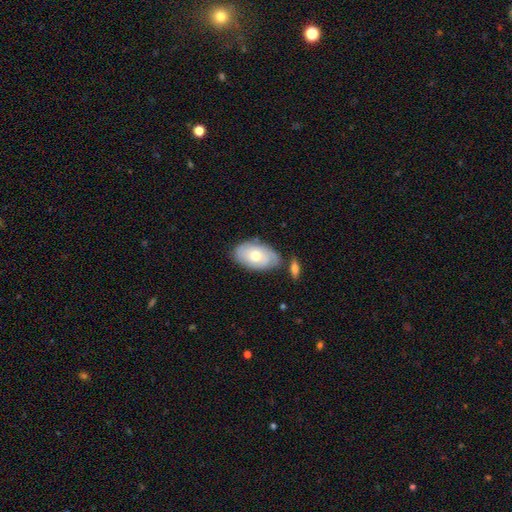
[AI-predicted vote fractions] A smooth galaxy with no disk features (53%) that is in between round and cigar-shaped (91%).

Vote fractions:
- Smooth or featured? smooth: 53% / featured or disk: 41% / star or artifact: 6%
- How rounded? in between: 91% / round: 7% / cigar-shaped: 2%
- Merging? none: 67% / minor disturbance: 19% / merger: 9% / major disturbance: 5%